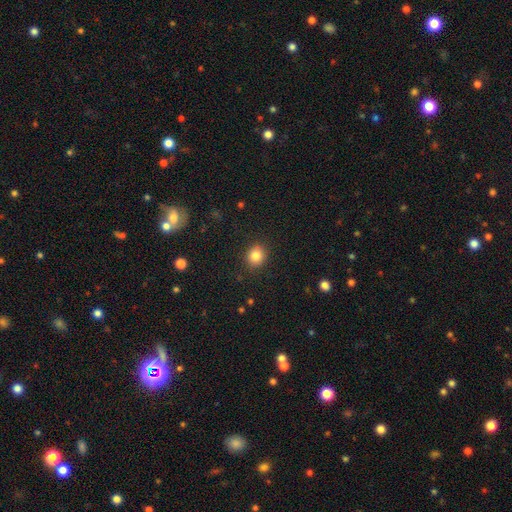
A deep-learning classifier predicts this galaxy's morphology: Smooth or featured: smooth — 84% (star or artifact — 10%)
How rounded: round — 72% (in between — 27%)
Merging: none — 89% (minor disturbance — 8%)